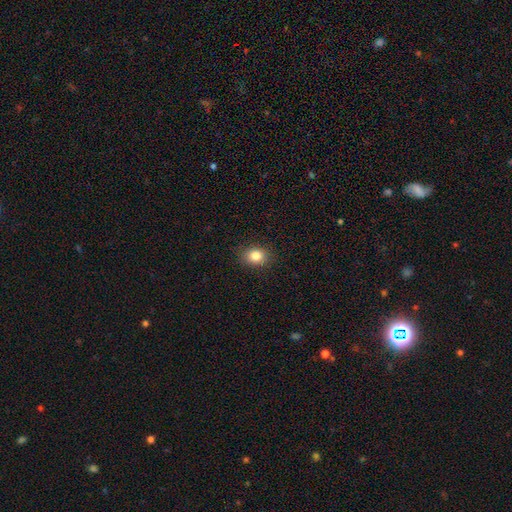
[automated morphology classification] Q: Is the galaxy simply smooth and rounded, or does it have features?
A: smooth — 84%.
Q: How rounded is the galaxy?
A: round — 51%.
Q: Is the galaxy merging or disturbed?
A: none — 88%.